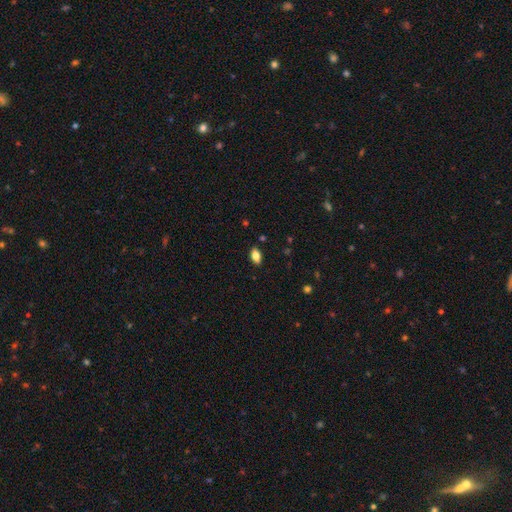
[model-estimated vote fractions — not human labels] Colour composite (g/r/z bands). It shows a smooth galaxy with no disk features (81%) that is in between round and cigar-shaped (90%). Merging: none (87%).